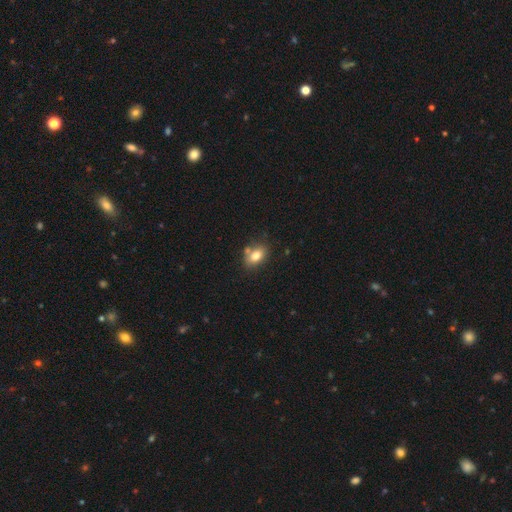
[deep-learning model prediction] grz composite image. It shows a smooth galaxy with no disk features (78%) that is in between round and cigar-shaped (81%). Merging: none (65%).